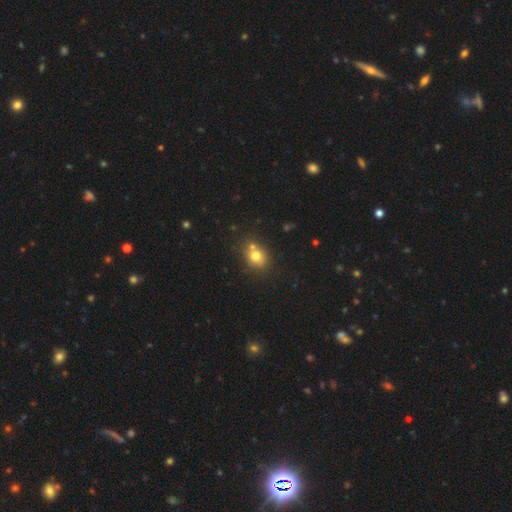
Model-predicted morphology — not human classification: A smooth galaxy with no disk features (75%) that is round (68%). Merging: none (57%).